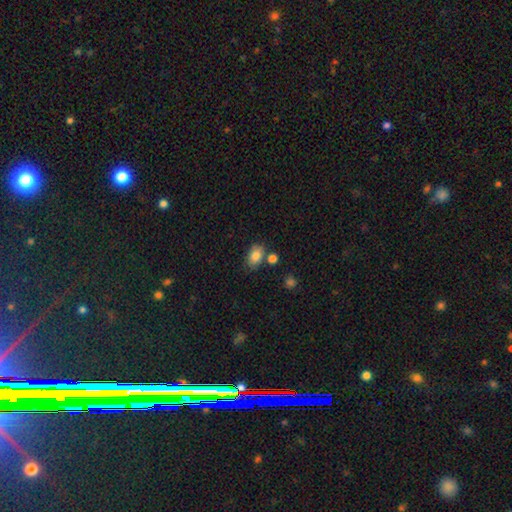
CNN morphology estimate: Smooth or featured? Predicted: smooth (p=0.84). How rounded? Predicted: in between (p=0.84). Merging? Predicted: none (p=0.68).